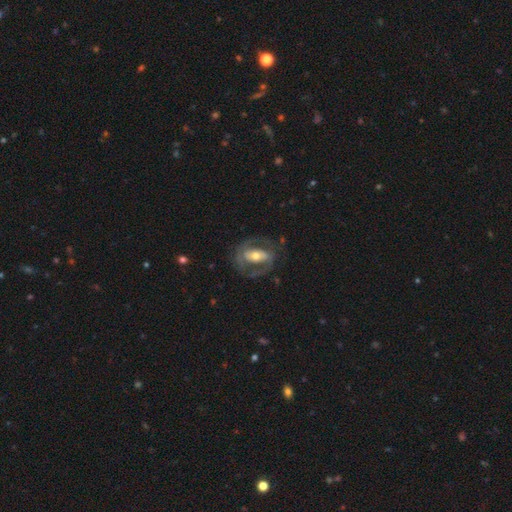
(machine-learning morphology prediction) The model was most divided on "bar": strong: 45%, no: 28%, weak: 27%. More confident: edge-on disk — no (93%); smooth or featured — featured or disk (75%); merging — none (68%); spiral arms — yes (67%); bulge size — moderate (61%).